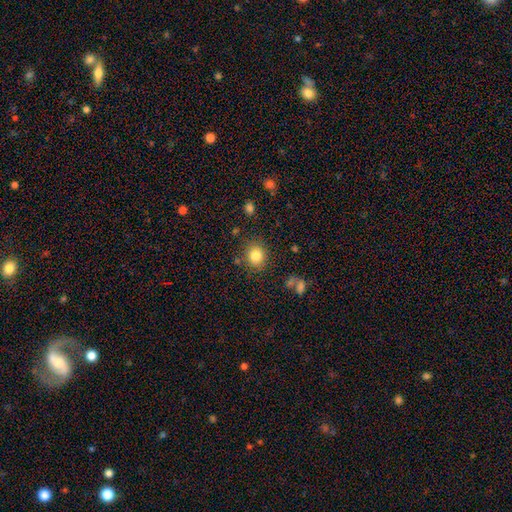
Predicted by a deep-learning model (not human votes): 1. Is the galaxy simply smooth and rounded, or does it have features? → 83% smooth, 11% star or artifact, 7% featured or disk.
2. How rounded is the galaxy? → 73% round, 26% in between, 1% cigar-shaped.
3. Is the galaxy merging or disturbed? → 83% none, 10% minor disturbance, 4% major disturbance, 3% merger.